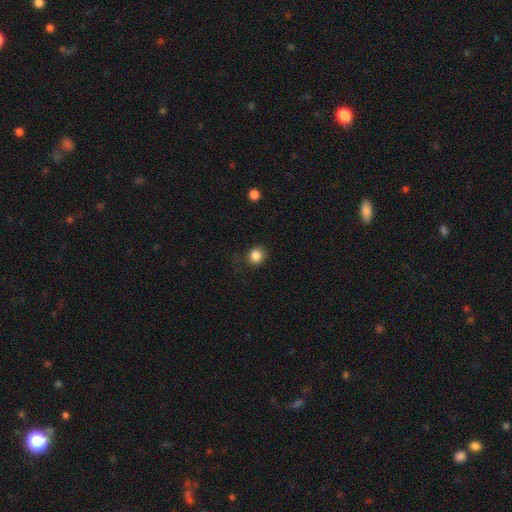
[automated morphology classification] Smooth or featured: smooth — 85% (star or artifact — 11%)
How rounded: round — 83% (in between — 16%)
Merging: none — 79% (minor disturbance — 15%)